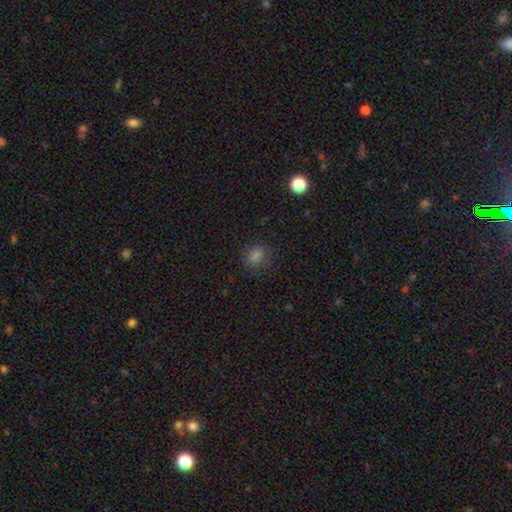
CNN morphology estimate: A smooth galaxy with no disk features (75%) that is round (69%).

Vote fractions:
- Smooth or featured? smooth: 75% / star or artifact: 19% / featured or disk: 6%
- How rounded? round: 69% / in between: 29% / cigar-shaped: 1%
- Merging? none: 83% / minor disturbance: 12% / major disturbance: 4% / merger: 1%